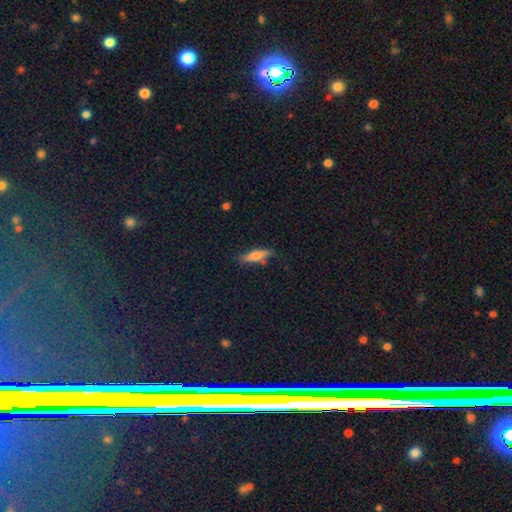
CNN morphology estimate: A smooth galaxy with no disk features (64%) that is cigar-shaped (69%). Merging: none (74%).